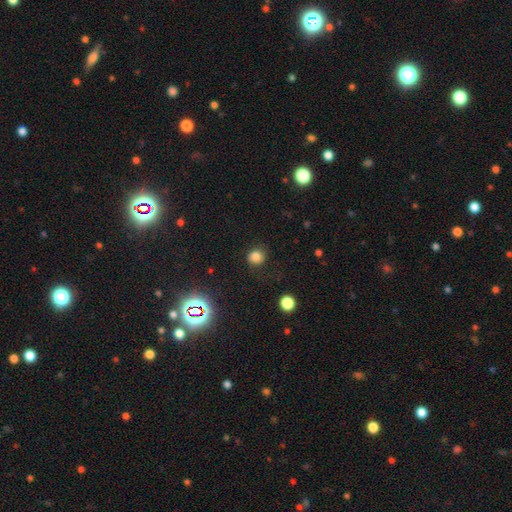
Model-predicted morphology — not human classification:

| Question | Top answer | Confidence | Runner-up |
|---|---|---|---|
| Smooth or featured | smooth | 78% | star or artifact (15%) |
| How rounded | round | 84% | in between (15%) |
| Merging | none | 78% | minor disturbance (15%) |